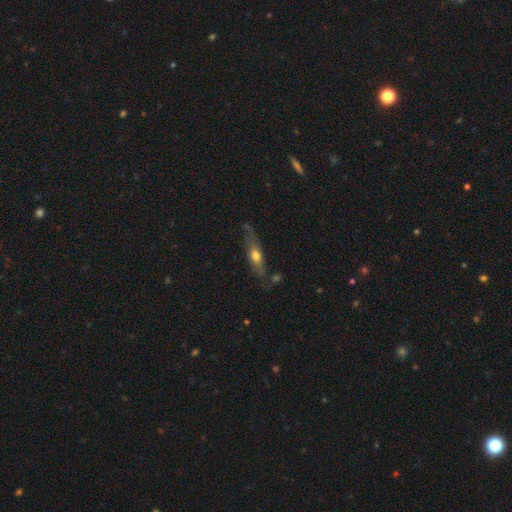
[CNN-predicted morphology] smooth_or_featured: featured or disk (p=0.47) [alt: smooth p=0.46]
merging: none (p=0.65) [alt: minor disturbance p=0.23]